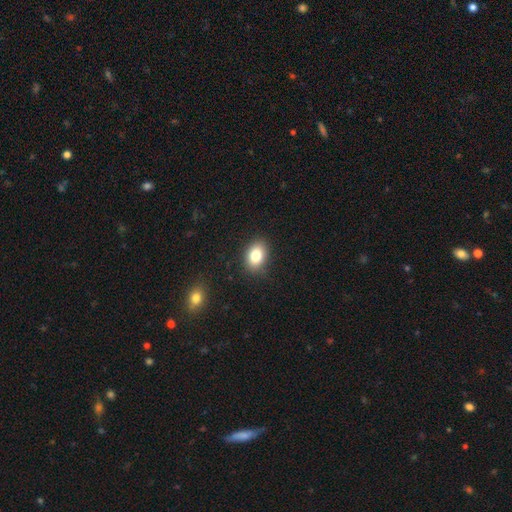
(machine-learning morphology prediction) type=smooth (81%); roundness=in between (76%); merging=none (87%).